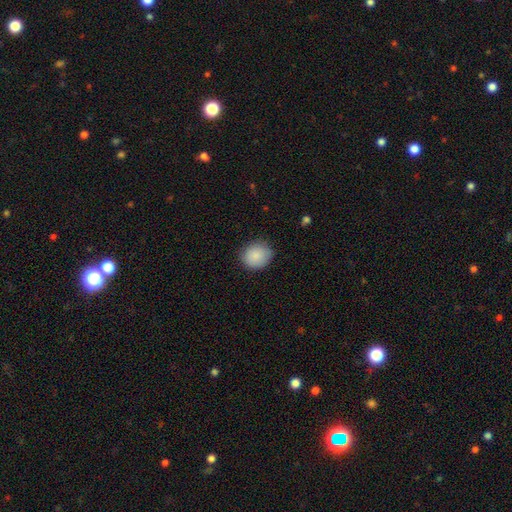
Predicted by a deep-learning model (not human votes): A smooth galaxy with no disk features (88%) that is round (78%). Merging: none (82%).